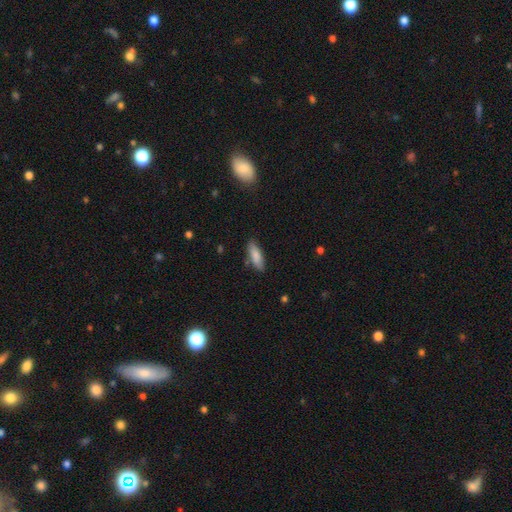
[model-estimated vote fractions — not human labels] Smooth or featured?
  - smooth: 83% *
  - featured or disk: 11%
  - star or artifact: 6%
How rounded?
  - in between: 59% *
  - cigar-shaped: 39%
  - round: 2%
Merging?
  - none: 80% *
  - minor disturbance: 14%
  - merger: 3%
  - major disturbance: 3%